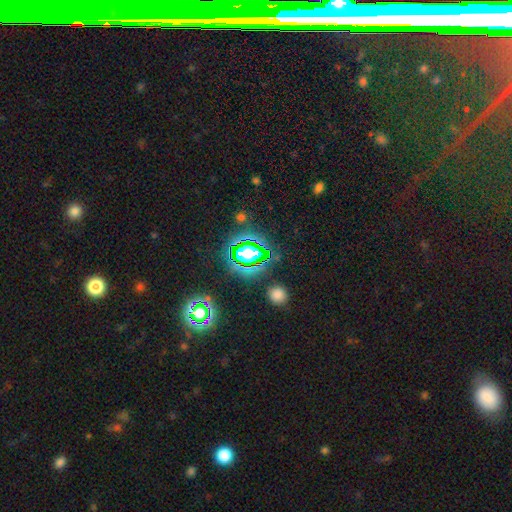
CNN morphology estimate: A star or artifact, not a galaxy (77%).

Vote fractions:
- Smooth or featured? star or artifact: 77% / smooth: 15% / featured or disk: 8%